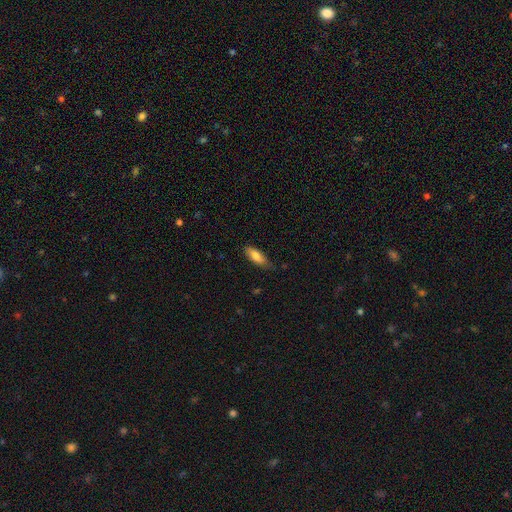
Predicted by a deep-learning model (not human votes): Morphology: type=smooth (81%); roundness=in between (66%); merging=none (69%).